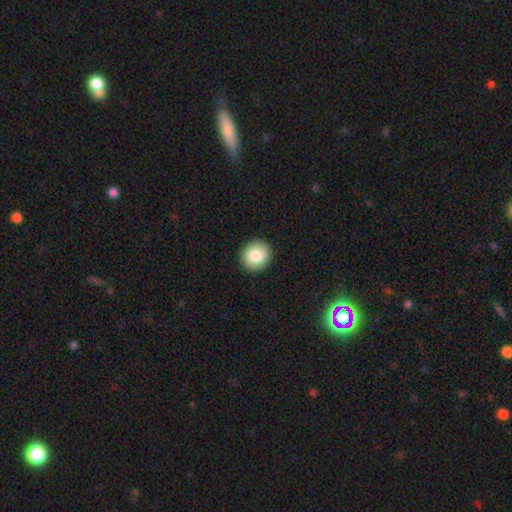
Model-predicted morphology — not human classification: smooth_or_featured: smooth (p=0.82) [alt: featured or disk p=0.10]
how_rounded: round (p=0.84) [alt: in between p=0.16]
merging: none (p=0.91) [alt: minor disturbance p=0.06]